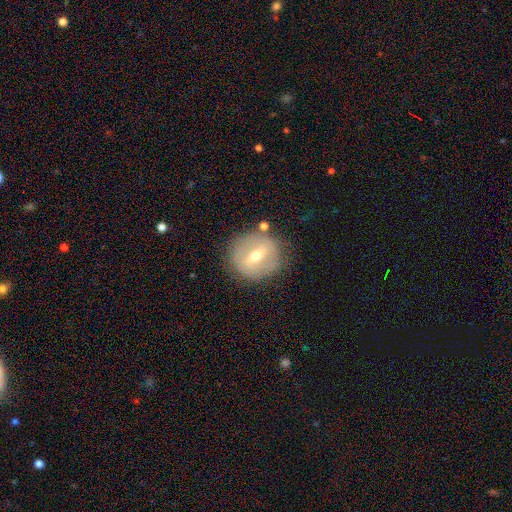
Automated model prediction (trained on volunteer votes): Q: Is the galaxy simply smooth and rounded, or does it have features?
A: featured or disk — 59%.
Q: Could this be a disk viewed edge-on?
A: no — 91%.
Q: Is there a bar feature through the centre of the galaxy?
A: weak — 45%.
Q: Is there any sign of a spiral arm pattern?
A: no — 64%.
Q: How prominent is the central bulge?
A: moderate — 68%.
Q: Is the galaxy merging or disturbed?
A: none — 79%.